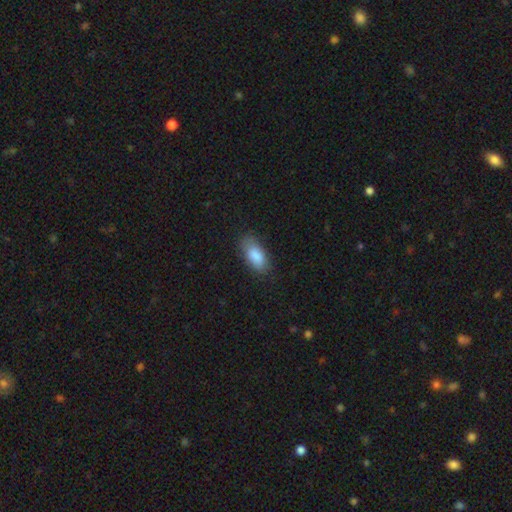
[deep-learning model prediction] Smooth or featured?
  - smooth: 87% *
  - star or artifact: 7%
  - featured or disk: 7%
How rounded?
  - in between: 90% *
  - cigar-shaped: 7%
  - round: 3%
Merging?
  - none: 75% *
  - minor disturbance: 19%
  - major disturbance: 5%
  - merger: 1%